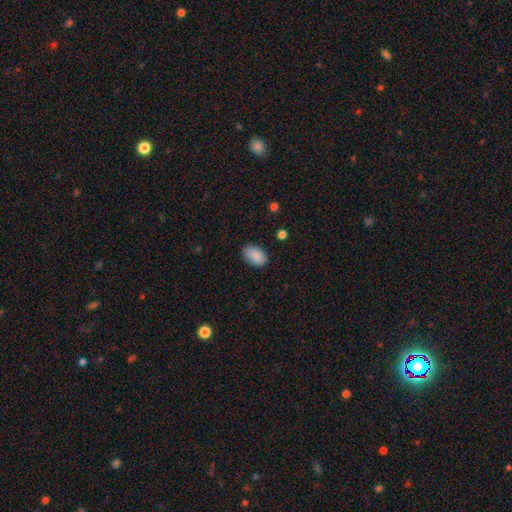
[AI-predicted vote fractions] Overall: smooth (88%). How rounded: in between (90%). Merging: none (83%).